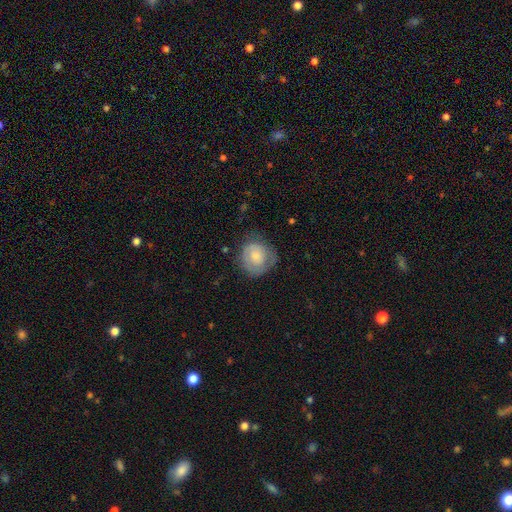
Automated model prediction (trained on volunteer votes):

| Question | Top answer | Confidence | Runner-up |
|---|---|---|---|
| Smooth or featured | smooth | 64% | featured or disk (30%) |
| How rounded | round | 79% | in between (20%) |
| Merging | none | 59% | minor disturbance (27%) |